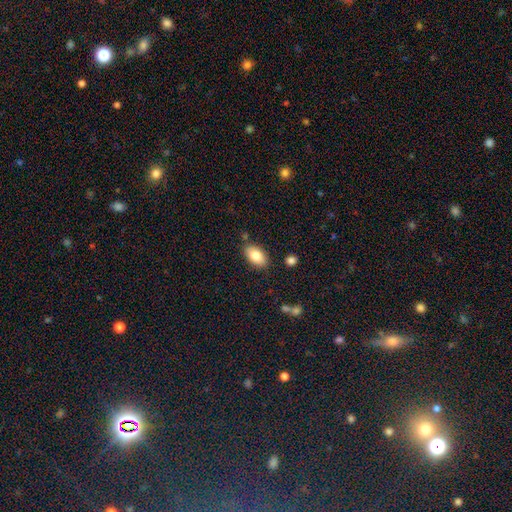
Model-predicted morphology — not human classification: A smooth galaxy with no disk features (84%) that is in between round and cigar-shaped (94%). Merging: none (83%).